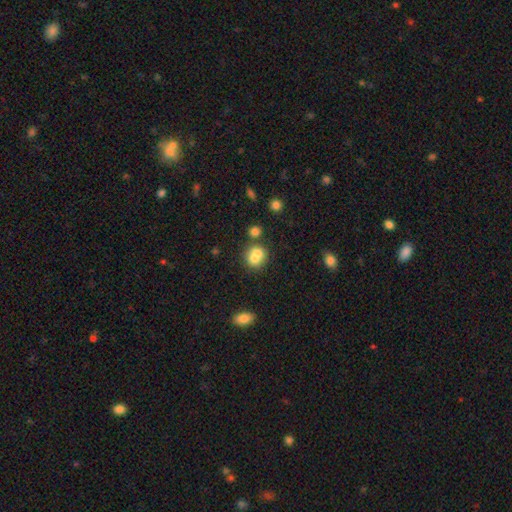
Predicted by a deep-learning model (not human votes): The model was most divided on "merging": merger: 53%, none: 35%, minor disturbance: 8%, major disturbance: 3%. More confident: how rounded — round (73%); smooth or featured — smooth (72%).